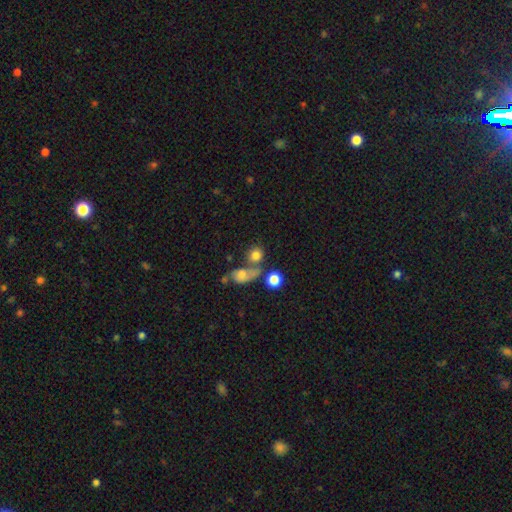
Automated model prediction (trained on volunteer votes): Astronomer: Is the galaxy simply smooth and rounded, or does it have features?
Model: smooth — 76%.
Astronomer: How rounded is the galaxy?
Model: round — 78%.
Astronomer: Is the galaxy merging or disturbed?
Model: none — 50% (runner-up: merger, 32%).